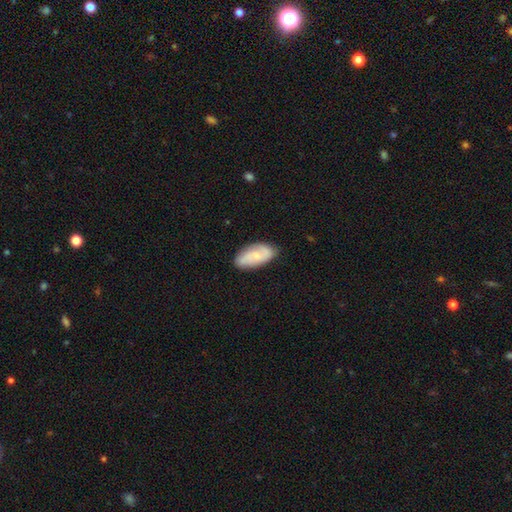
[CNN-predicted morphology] Q: Smooth or featured?
A: featured or disk (48%); runner-up: smooth (45%)
Q: Merging?
A: none (80%); runner-up: minor disturbance (16%)